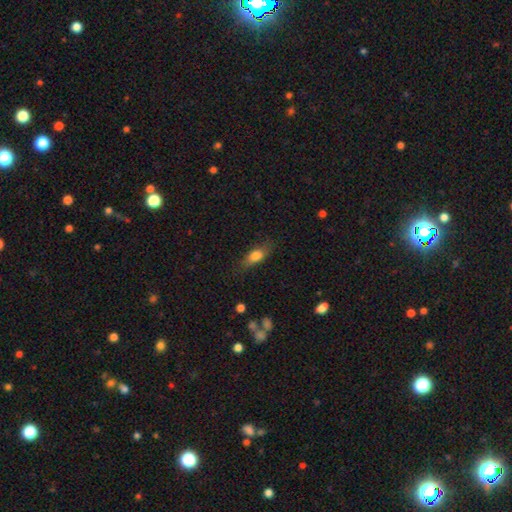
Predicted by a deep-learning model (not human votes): smooth-or-featured: smooth: 74% | featured or disk: 18% | star or artifact: 8%
  how-rounded: in between: 69% | cigar-shaped: 25% | round: 6%
  merging: none: 74% | minor disturbance: 18% | major disturbance: 5% | merger: 2%